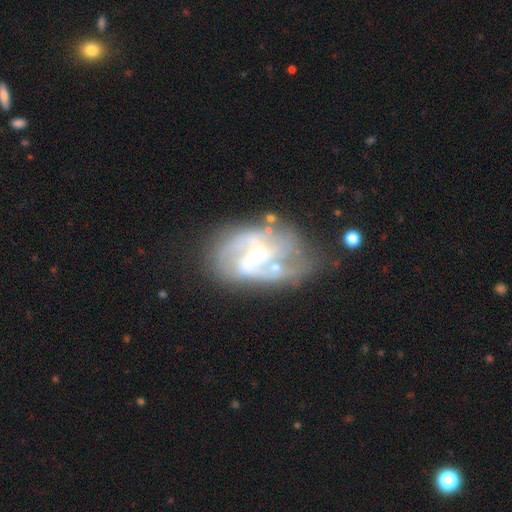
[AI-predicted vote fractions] Morphology: type=featured or disk (83%); edge-on=no (97%); bar=weak (48%); spiral arms=yes (86%); winding=medium (43%); arm count=2 (61%); bulge=moderate (51%); merging=none (53%).